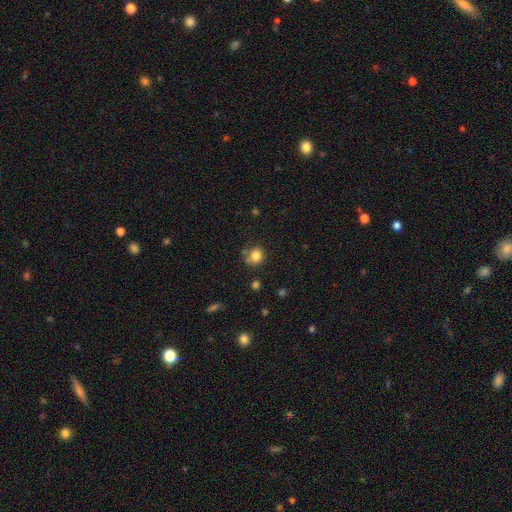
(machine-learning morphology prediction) Smooth or featured: smooth — 82% (star or artifact — 11%)
How rounded: round — 80% (in between — 19%)
Merging: none — 66% (minor disturbance — 20%)